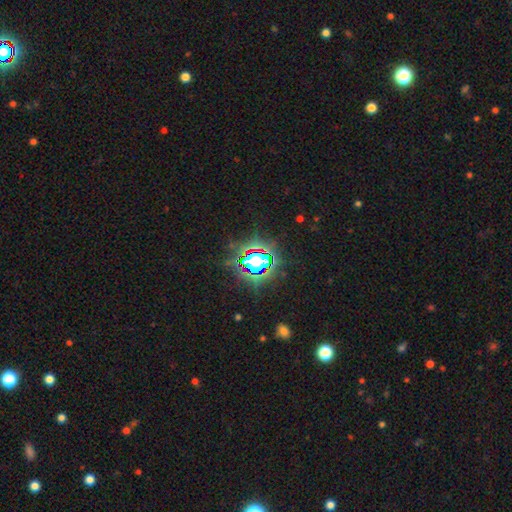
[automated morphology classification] Smooth or featured? Predicted: star or artifact (p=0.80).